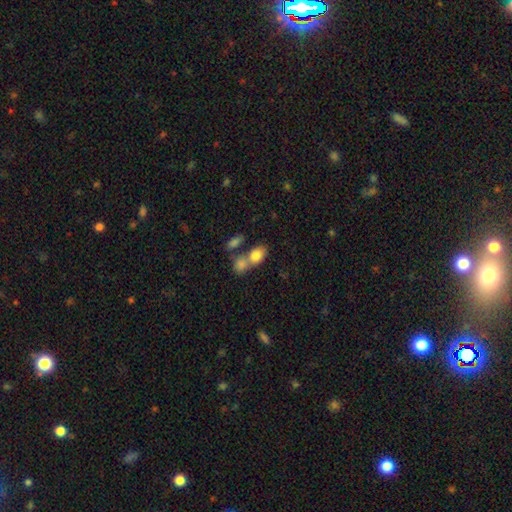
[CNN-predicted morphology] A smooth galaxy with no disk features (81%) that is in between round and cigar-shaped (76%).

Vote fractions:
- Smooth or featured? smooth: 81% / featured or disk: 11% / star or artifact: 8%
- How rounded? in between: 76% / round: 22% / cigar-shaped: 2%
- Merging? merger: 52% / none: 35% / minor disturbance: 9% / major disturbance: 4%